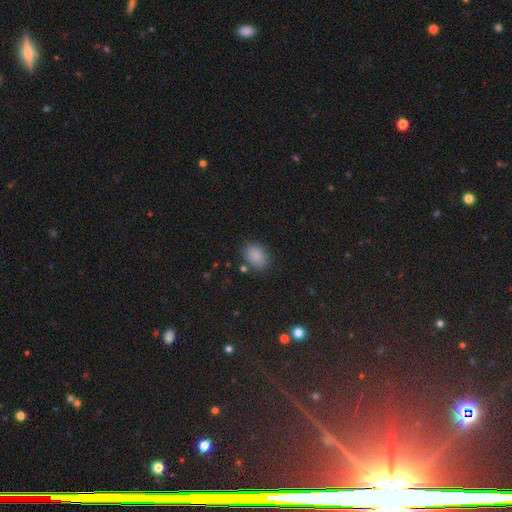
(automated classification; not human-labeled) Smooth or featured?
  - smooth: 86% *
  - star or artifact: 9%
  - featured or disk: 5%
How rounded?
  - in between: 74% *
  - round: 25%
  - cigar-shaped: 1%
Merging?
  - none: 81% *
  - minor disturbance: 12%
  - major disturbance: 4%
  - merger: 3%